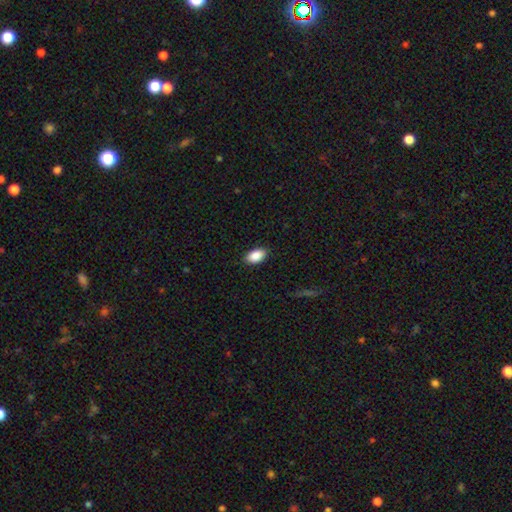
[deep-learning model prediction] A smooth galaxy with no disk features (90%) that is in between round and cigar-shaped (93%).

Vote fractions:
- Smooth or featured? smooth: 90% / star or artifact: 7% / featured or disk: 4%
- How rounded? in between: 93% / round: 5% / cigar-shaped: 2%
- Merging? none: 88% / minor disturbance: 9% / major disturbance: 2% / merger: 1%